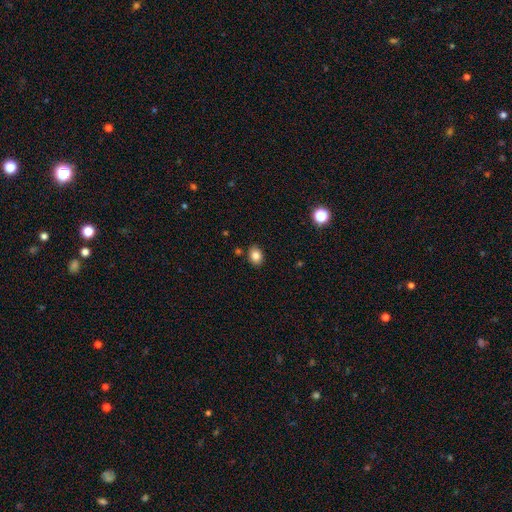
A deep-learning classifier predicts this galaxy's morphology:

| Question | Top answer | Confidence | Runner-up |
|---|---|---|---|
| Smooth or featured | smooth | 83% | star or artifact (10%) |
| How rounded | in between | 62% | round (37%) |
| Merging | none | 85% | minor disturbance (9%) |